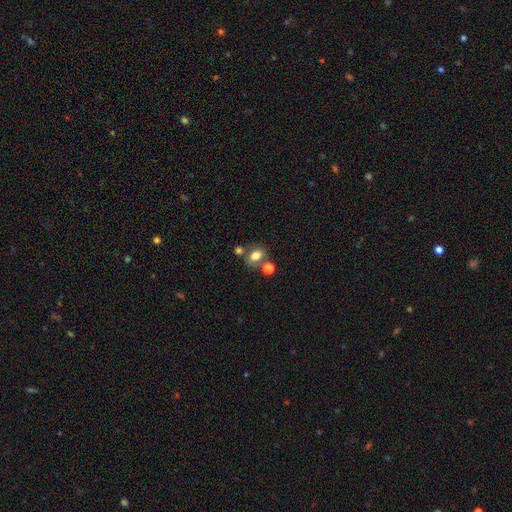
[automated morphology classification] The model was most divided on "how rounded": in between: 68%, round: 30%, cigar-shaped: 1%. More confident: smooth or featured — smooth (76%); merging — none (60%).